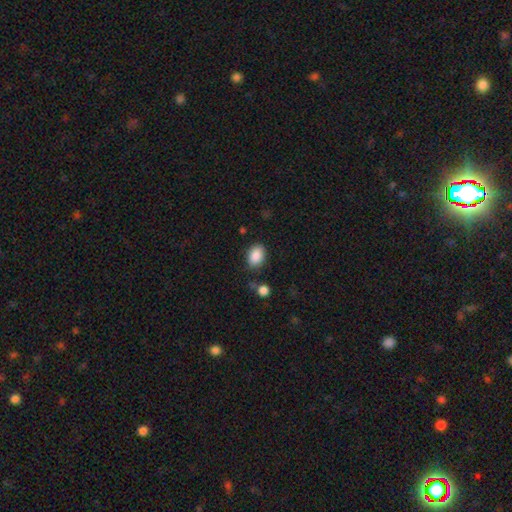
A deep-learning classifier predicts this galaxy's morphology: This is clearly a smooth galaxy (88%). How rounded: likely in between (78%). Merging: likely none (78%).